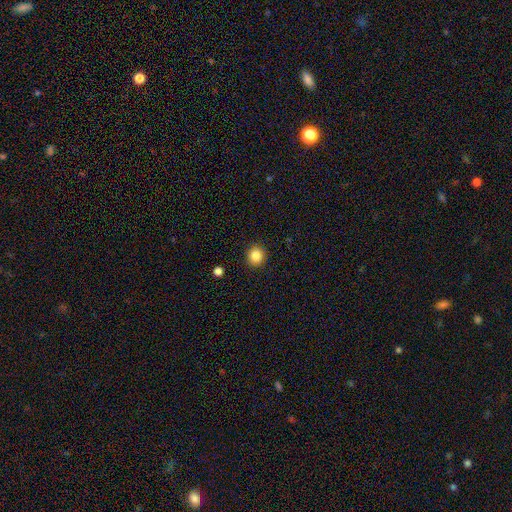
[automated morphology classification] Smooth or featured?
  - smooth: 85% *
  - star or artifact: 10%
  - featured or disk: 5%
How rounded?
  - round: 91% *
  - in between: 8%
  - cigar-shaped: 1%
Merging?
  - none: 92% *
  - minor disturbance: 5%
  - major disturbance: 2%
  - merger: 1%